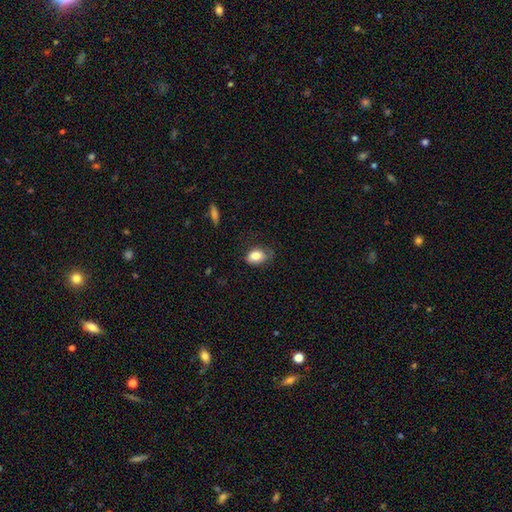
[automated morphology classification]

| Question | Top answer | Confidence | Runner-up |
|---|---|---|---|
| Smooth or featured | smooth | 81% | featured or disk (11%) |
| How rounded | in between | 79% | round (20%) |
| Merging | none | 63% | minor disturbance (27%) |